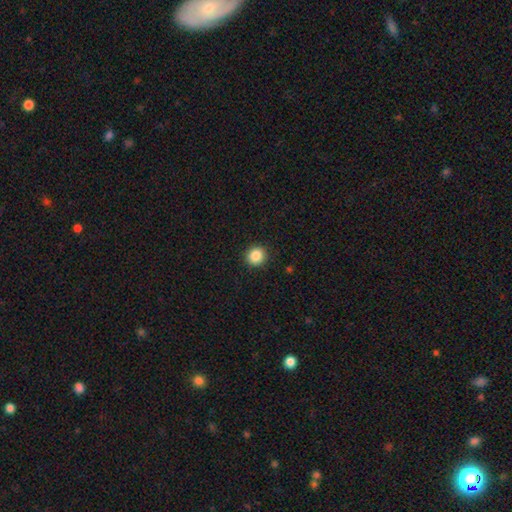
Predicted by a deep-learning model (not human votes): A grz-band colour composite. It shows a smooth galaxy with no disk features (86%) that is round (89%). Merging: none (92%).